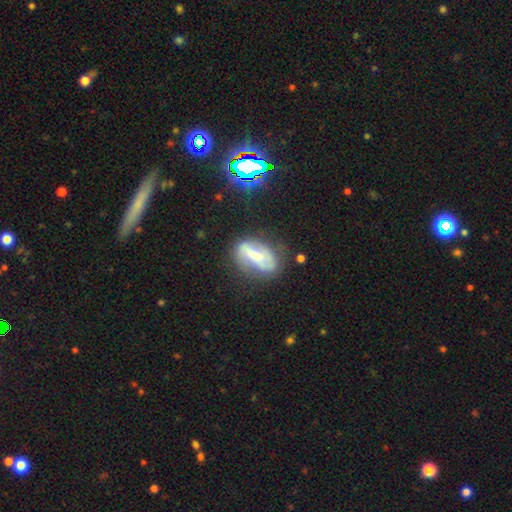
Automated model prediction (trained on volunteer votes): Morphology: type=featured or disk (52%); edge-on=no (84%); merging=none (55%).